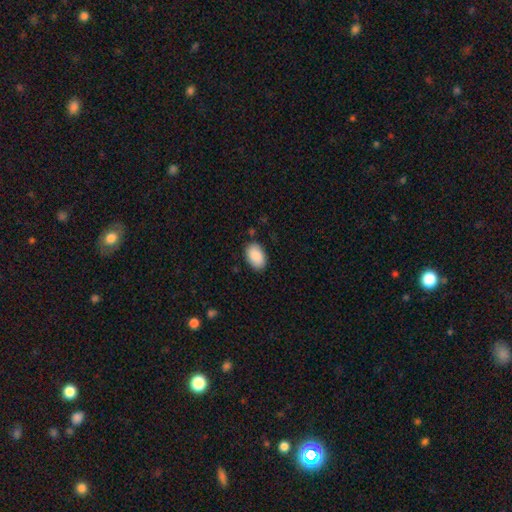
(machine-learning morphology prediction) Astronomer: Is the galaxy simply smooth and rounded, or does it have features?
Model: smooth — 87%.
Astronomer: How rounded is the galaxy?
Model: in between — 89%.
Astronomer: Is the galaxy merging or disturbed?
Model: none — 84%.